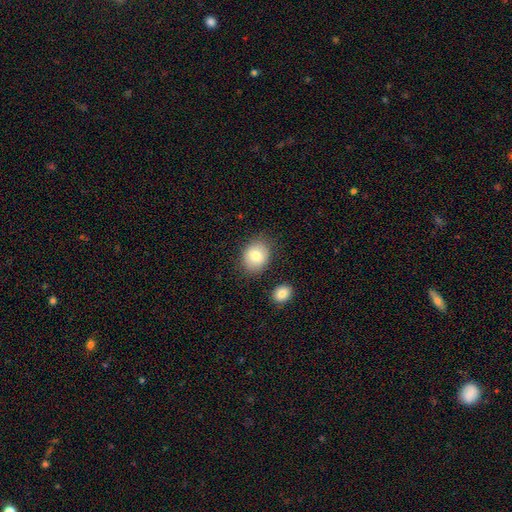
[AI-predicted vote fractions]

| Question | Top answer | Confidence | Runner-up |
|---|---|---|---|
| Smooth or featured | smooth | 80% | featured or disk (11%) |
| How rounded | round | 51% | in between (48%) |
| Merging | none | 80% | minor disturbance (12%) |